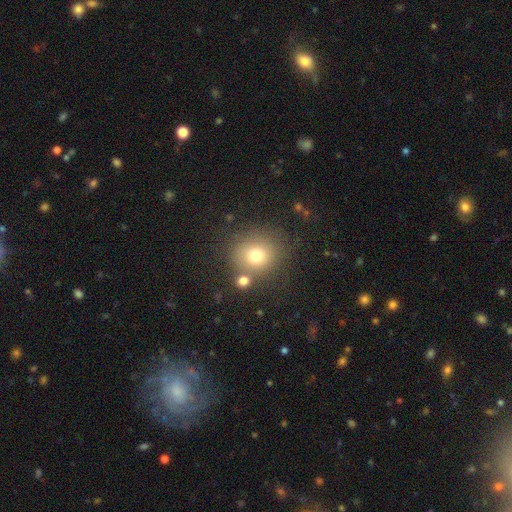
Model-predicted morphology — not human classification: Overall: smooth (72%). How rounded: round (86%). Merging: none (68%).